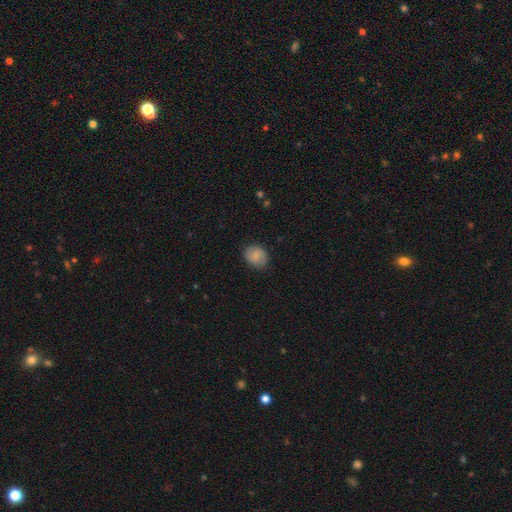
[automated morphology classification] Smooth or featured? smooth (64%)
How rounded? round (52%)
Merging? none (83%)